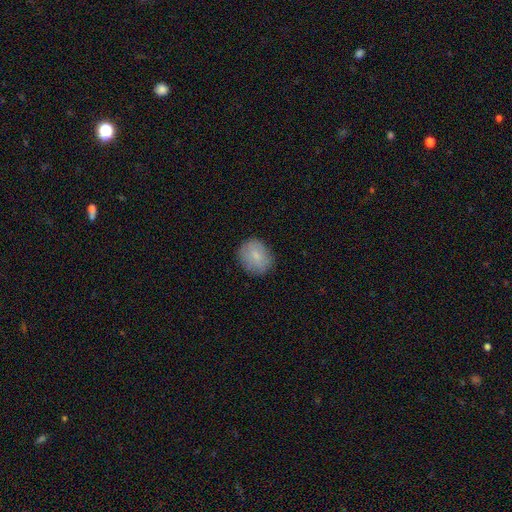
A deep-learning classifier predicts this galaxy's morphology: Q: Smooth or featured?
A: smooth (80%); runner-up: featured or disk (13%)
Q: How rounded?
A: round (60%); runner-up: in between (39%)
Q: Merging?
A: none (80%); runner-up: minor disturbance (15%)